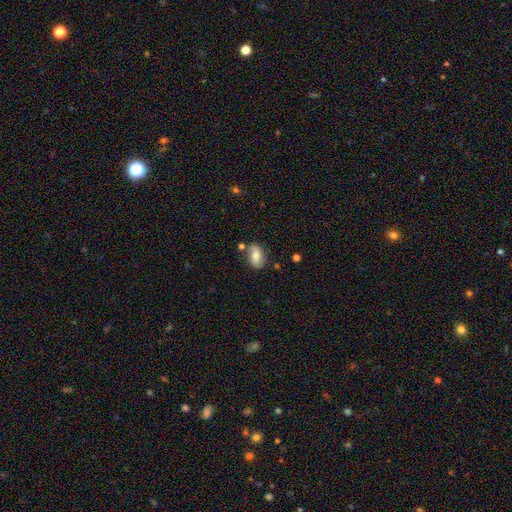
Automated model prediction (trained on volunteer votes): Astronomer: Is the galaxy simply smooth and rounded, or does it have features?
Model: smooth — 65%.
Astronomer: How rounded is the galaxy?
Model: in between — 86%.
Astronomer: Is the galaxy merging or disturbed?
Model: none — 72%.